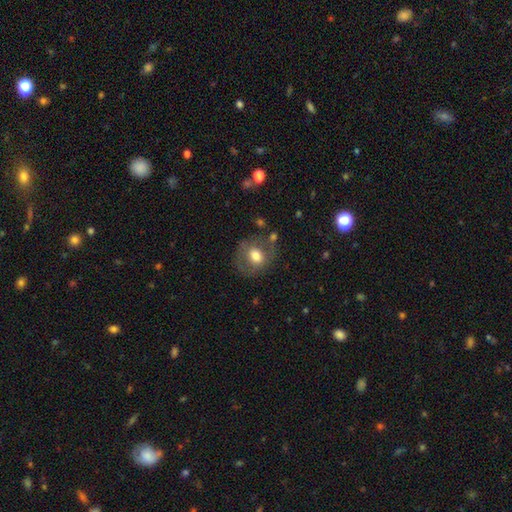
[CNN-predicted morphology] Q: Smooth or featured?
A: smooth (64%); runner-up: featured or disk (28%)
Q: How rounded?
A: round (65%); runner-up: in between (34%)
Q: Merging?
A: none (69%); runner-up: minor disturbance (18%)